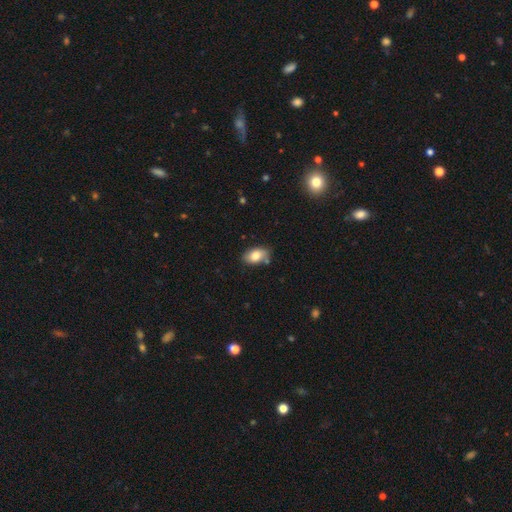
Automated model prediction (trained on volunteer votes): Q: Smooth or featured?
A: smooth (80%); runner-up: featured or disk (13%)
Q: How rounded?
A: in between (90%); runner-up: round (8%)
Q: Merging?
A: none (74%); runner-up: minor disturbance (18%)